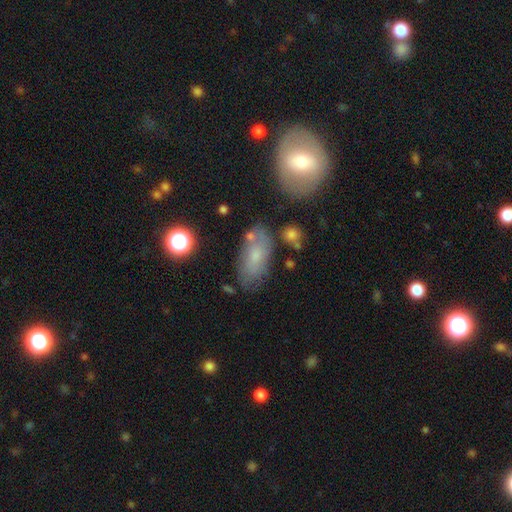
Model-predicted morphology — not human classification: Smooth or featured: smooth — 63% (featured or disk — 27%)
How rounded: in between — 88% (cigar-shaped — 8%)
Merging: none — 67% (minor disturbance — 19%)